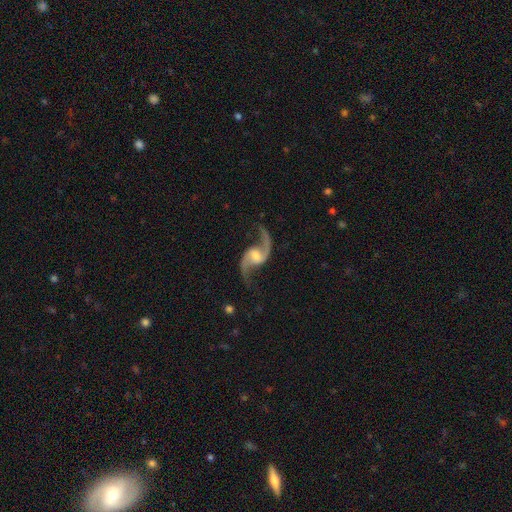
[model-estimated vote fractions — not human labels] featured or disk 93%, star or artifact 4%, smooth 3%. Down the decision tree: edge-on disk — no (98%); bar — weak (43%); spiral arms — yes (98%); spiral arm count — 2 (94%); spiral winding — loose (83%); bulge size — moderate (54%); merging — none (78%).